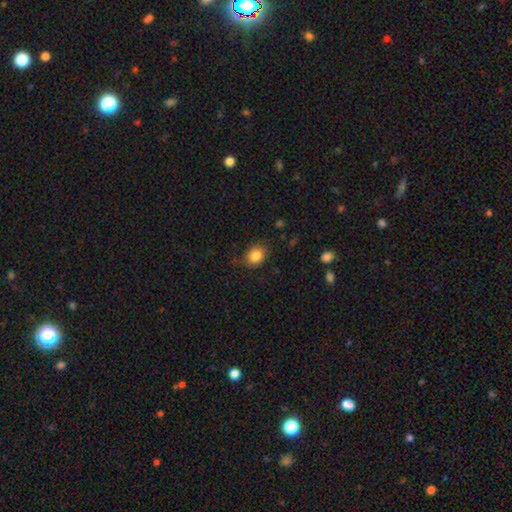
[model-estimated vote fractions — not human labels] Smooth or featured?
  - smooth: 85% *
  - star or artifact: 9%
  - featured or disk: 6%
How rounded?
  - round: 53% *
  - in between: 46%
  - cigar-shaped: 1%
Merging?
  - none: 72% *
  - minor disturbance: 21%
  - major disturbance: 5%
  - merger: 1%